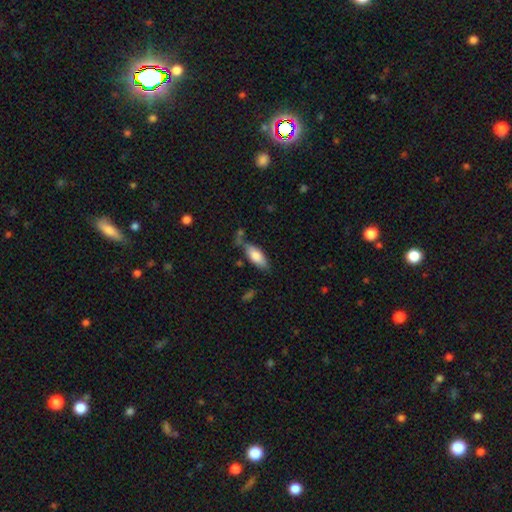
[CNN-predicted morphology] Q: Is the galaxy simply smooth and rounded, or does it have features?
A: smooth — 77%.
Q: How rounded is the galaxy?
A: in between — 77%.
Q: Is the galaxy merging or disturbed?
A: none — 62%.